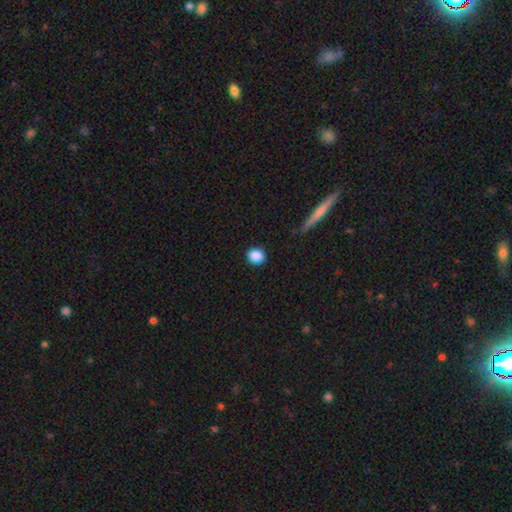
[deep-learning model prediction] Smooth or featured?
  - smooth: 87% *
  - star or artifact: 9%
  - featured or disk: 4%
How rounded?
  - round: 79% *
  - in between: 20%
  - cigar-shaped: 1%
Merging?
  - none: 90% *
  - minor disturbance: 7%
  - major disturbance: 2%
  - merger: 1%